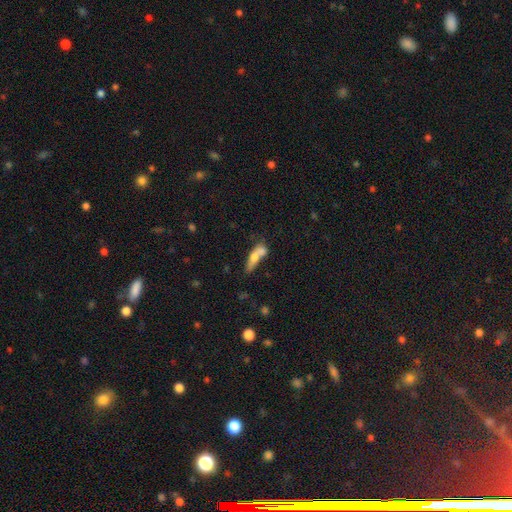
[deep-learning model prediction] The model was most divided on "how rounded": cigar-shaped: 50%, in between: 44%, round: 6%. Remaining: smooth or featured — smooth (62%); merging — merger (50%).